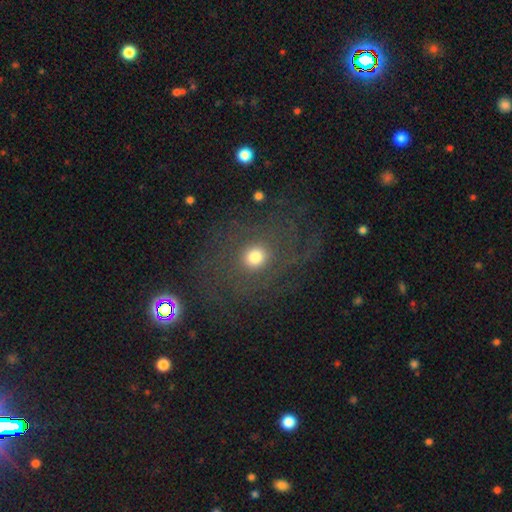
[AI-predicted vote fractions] This is marginally a star or artifact rather than a galaxy (37%, tied with smooth).